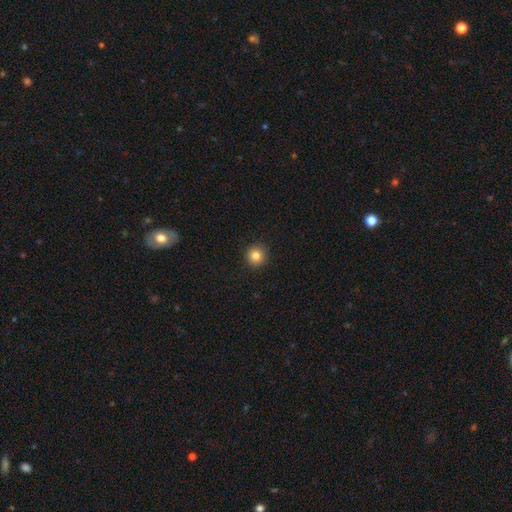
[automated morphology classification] Q: Smooth or featured?
A: smooth (84%); runner-up: star or artifact (11%)
Q: How rounded?
A: round (94%); runner-up: in between (5%)
Q: Merging?
A: none (93%); runner-up: minor disturbance (5%)